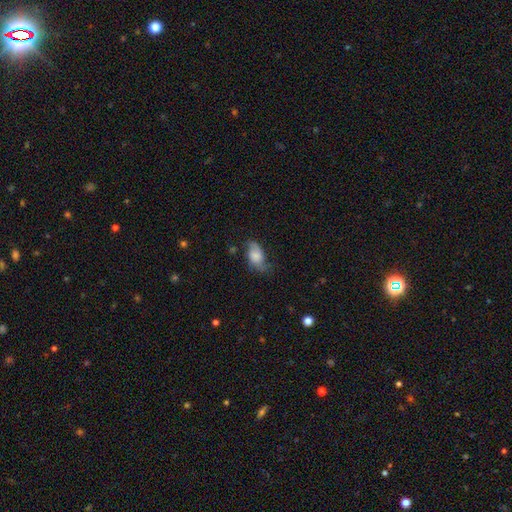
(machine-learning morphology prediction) Smooth or featured? Predicted: smooth (p=0.54). How rounded? Predicted: in between (p=0.90). Merging? Predicted: none (p=0.51).